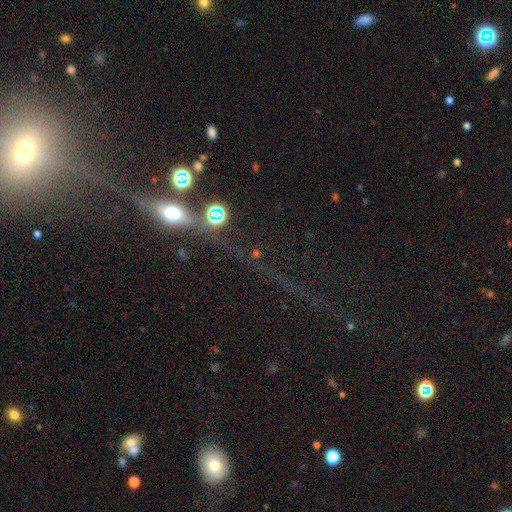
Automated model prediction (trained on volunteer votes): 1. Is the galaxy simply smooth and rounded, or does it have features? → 40% star or artifact, 39% featured or disk, 21% smooth.